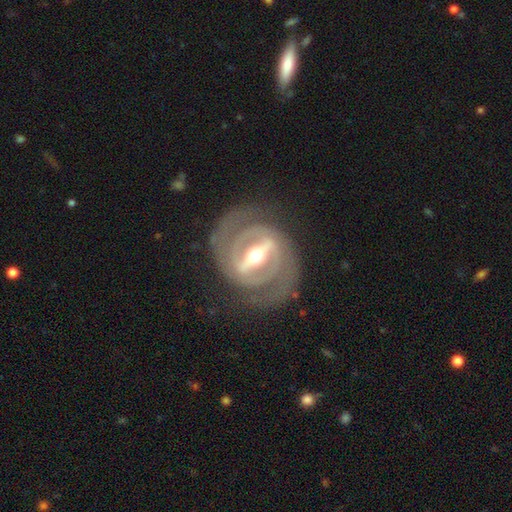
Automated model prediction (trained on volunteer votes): Smooth or featured? featured or disk (88%)
Edge-on disk? no (89%)
Bar? strong (83%)
Spiral arms? yes (80%)
Spiral winding? tight (60%)
Spiral arm count? 2 (78%)
Bulge size? moderate (67%)
Merging? none (74%)